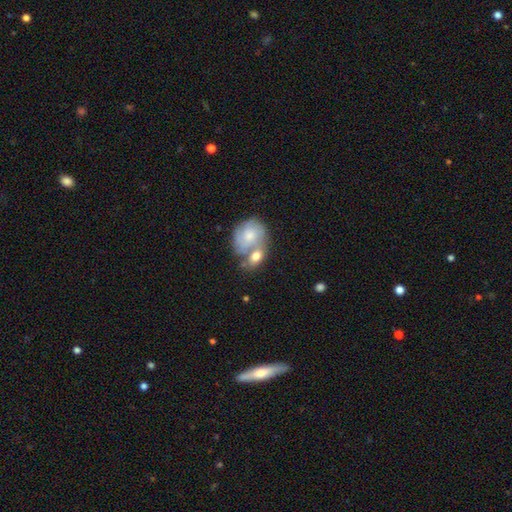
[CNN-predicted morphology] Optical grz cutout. It shows a smooth galaxy with no disk features (62%) that is in between round and cigar-shaped (68%). Merging: merger (53%).